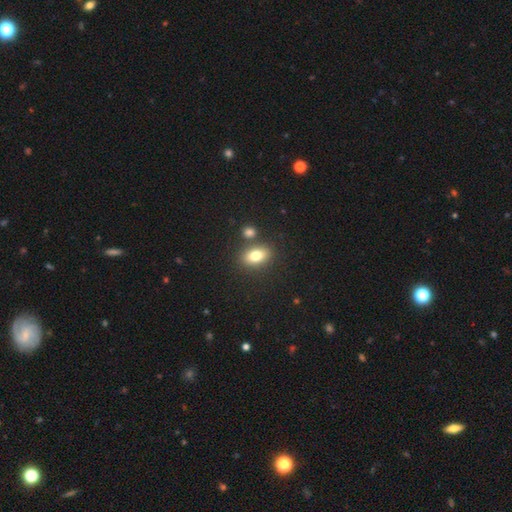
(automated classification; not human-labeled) Morphology: type=smooth (78%); roundness=in between (81%); merging=none (72%).